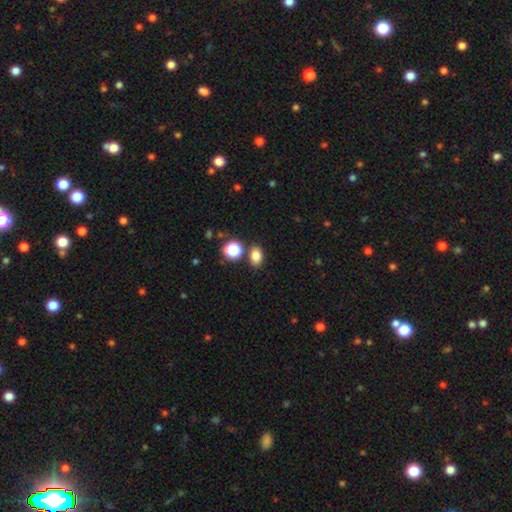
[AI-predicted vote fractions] smooth 80%, star or artifact 14%, featured or disk 6%. Down the decision tree: how rounded — in between (66%); merging — none (76%).